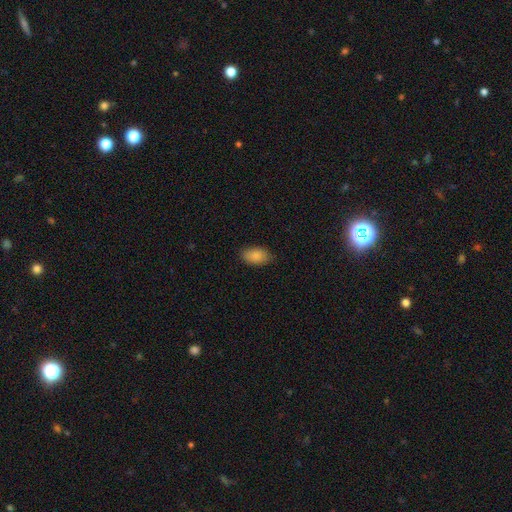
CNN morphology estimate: This is clearly a smooth galaxy (87%). How rounded: clearly in between (93%). Merging: clearly none (82%).